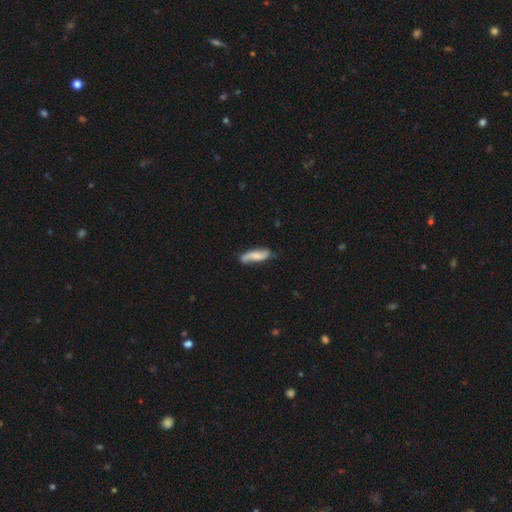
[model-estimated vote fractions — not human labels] smooth_or_featured: smooth (p=0.56) [alt: featured or disk p=0.38]
how_rounded: cigar-shaped (p=0.55) [alt: in between p=0.43]
merging: none (p=0.69) [alt: minor disturbance p=0.23]